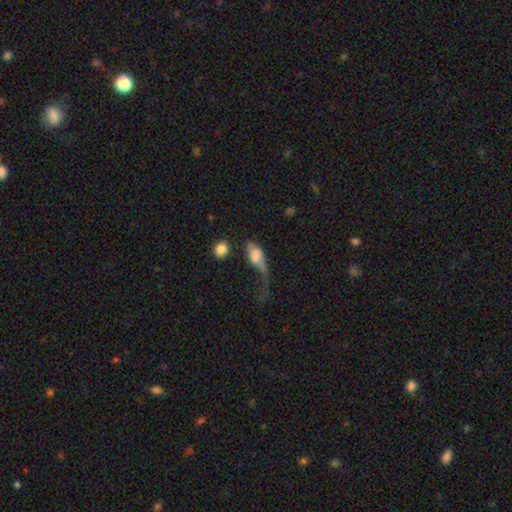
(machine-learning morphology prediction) Smooth or featured?
  - smooth: 64% *
  - featured or disk: 29%
  - star or artifact: 8%
How rounded?
  - in between: 82% *
  - round: 10%
  - cigar-shaped: 7%
Merging?
  - major disturbance: 60% *
  - minor disturbance: 16%
  - none: 16%
  - merger: 8%